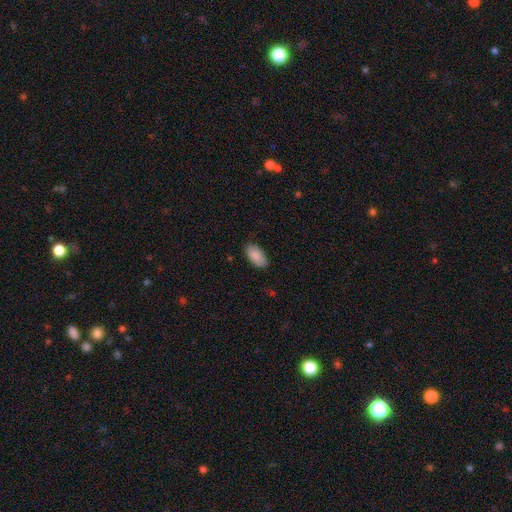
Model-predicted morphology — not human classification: smooth-or-featured: smooth: 88% | star or artifact: 6% | featured or disk: 6%
  how-rounded: in between: 95% | cigar-shaped: 3% | round: 2%
  merging: none: 85% | minor disturbance: 12% | major disturbance: 2% | merger: 1%